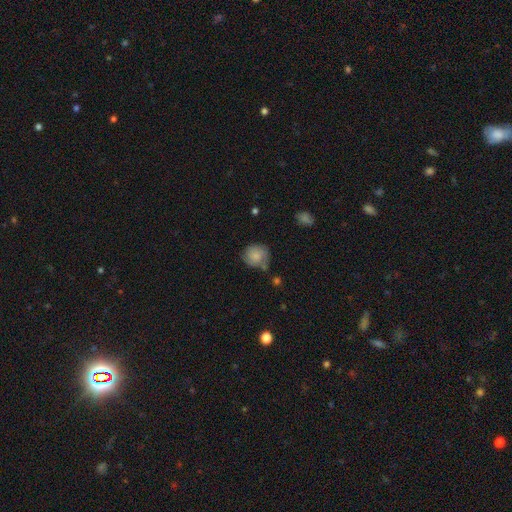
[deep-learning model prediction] Overall: smooth (69%). How rounded: round (81%). Merging: none (57%; minor disturbance 28%).